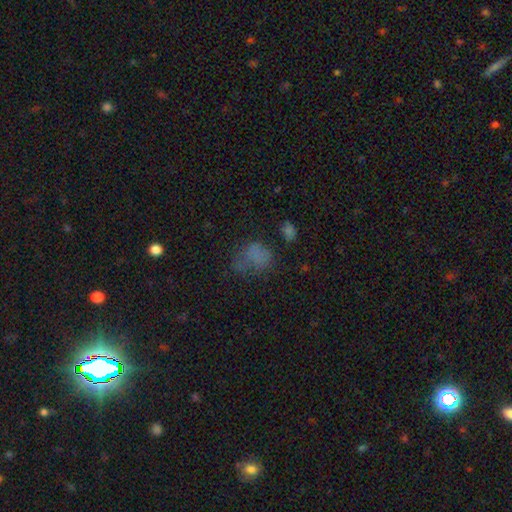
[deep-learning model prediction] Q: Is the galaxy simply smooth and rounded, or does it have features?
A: smooth — 62%.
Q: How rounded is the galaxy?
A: in between — 56%.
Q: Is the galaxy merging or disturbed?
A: none — 43%.